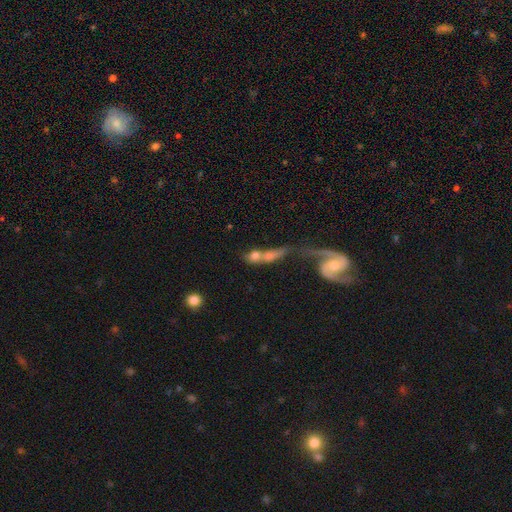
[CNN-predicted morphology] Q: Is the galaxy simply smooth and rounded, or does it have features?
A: smooth — 60%.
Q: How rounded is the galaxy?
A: in between — 44%.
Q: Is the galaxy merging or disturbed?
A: merger — 61%.